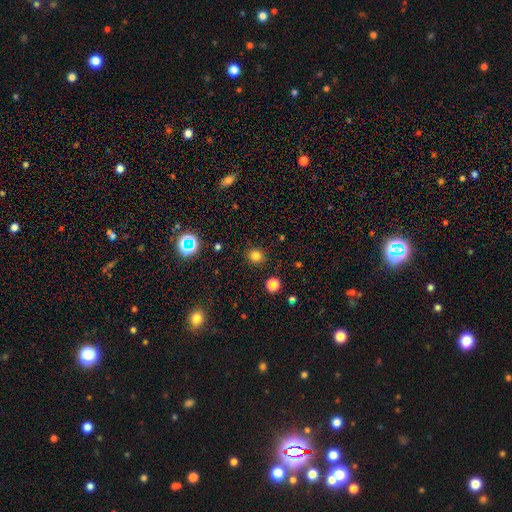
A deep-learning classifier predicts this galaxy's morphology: The model was most divided on "smooth or featured": smooth: 80%, star or artifact: 15%, featured or disk: 5%. More confident: merging — none (90%); how rounded — round (84%).